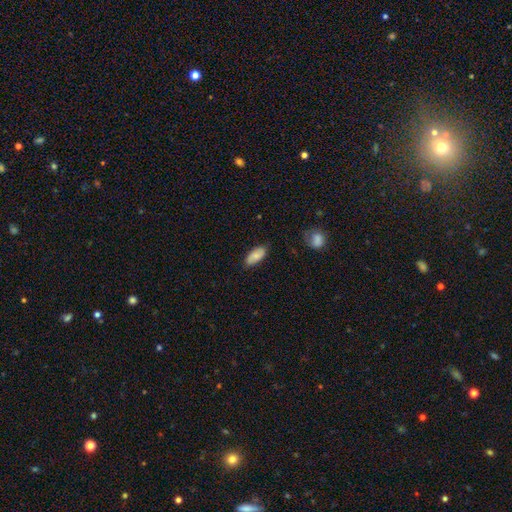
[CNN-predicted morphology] Smooth or featured: smooth — 78% (featured or disk — 16%)
How rounded: in between — 88% (cigar-shaped — 10%)
Merging: none — 81% (minor disturbance — 15%)